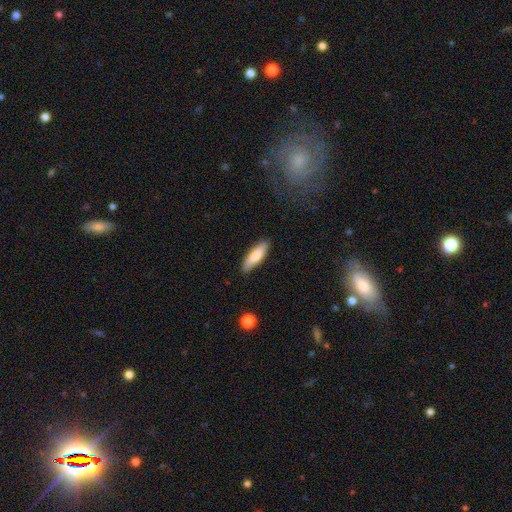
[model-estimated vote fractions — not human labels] A smooth galaxy with no disk features (78%) that is cigar-shaped (56%). Merging: none (86%).